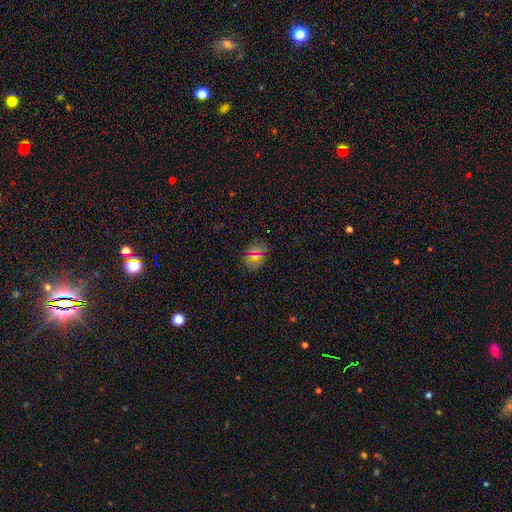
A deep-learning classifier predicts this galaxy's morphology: smooth_or_featured: smooth (p=0.63) [alt: star or artifact p=0.27]
how_rounded: in between (p=0.49) [alt: round p=0.47]
merging: none (p=0.85) [alt: minor disturbance p=0.09]